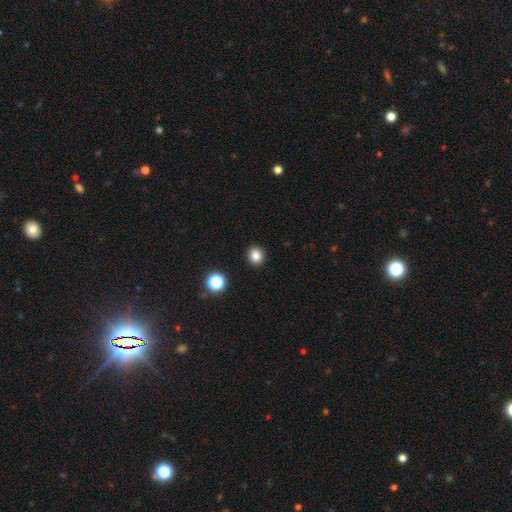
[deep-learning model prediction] Q: Smooth or featured?
A: smooth (83%); runner-up: star or artifact (12%)
Q: How rounded?
A: round (82%); runner-up: in between (17%)
Q: Merging?
A: none (92%); runner-up: minor disturbance (5%)